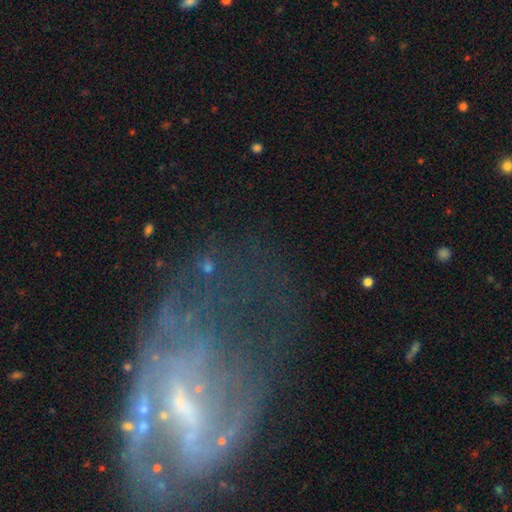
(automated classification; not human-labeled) smooth-or-featured: featured or disk: 67% | star or artifact: 16% | smooth: 16%
  disk-edge-on: no: 93% | yes: 7%
    bar: no: 41% | weak: 37% | strong: 22%
    has-spiral-arms: no: 52% | yes: 48%
    bulge-size: small: 43% | none: 28% | moderate: 24% | large: 3% | dominant: 2%
  merging: none: 40% | major disturbance: 36% | minor disturbance: 19% | merger: 5%